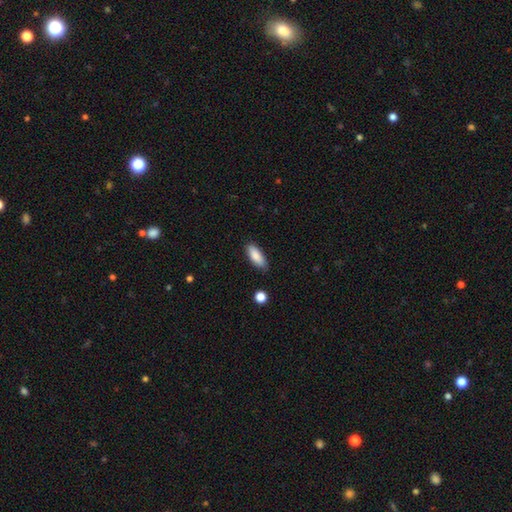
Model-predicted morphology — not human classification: Smooth or featured: smooth — 87% (star or artifact — 7%)
How rounded: in between — 71% (cigar-shaped — 27%)
Merging: none — 85% (minor disturbance — 12%)